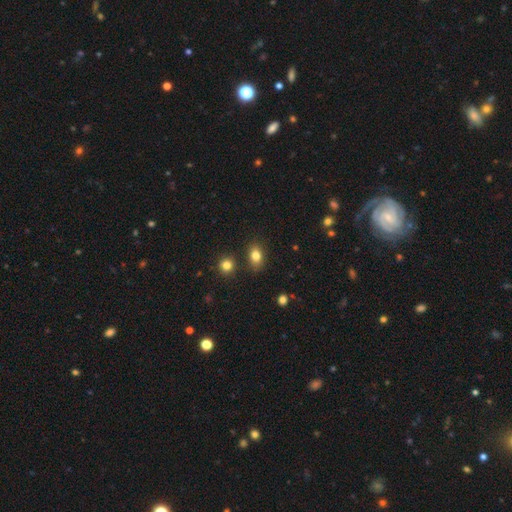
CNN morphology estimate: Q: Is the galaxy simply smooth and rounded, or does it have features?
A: smooth — 82%.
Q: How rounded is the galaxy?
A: in between — 73%.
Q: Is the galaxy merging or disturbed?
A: none — 83%.